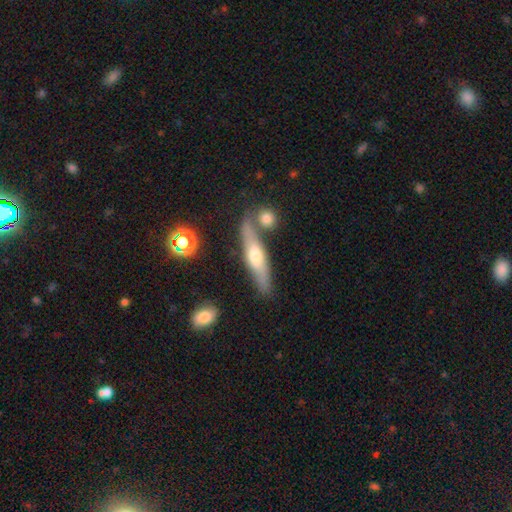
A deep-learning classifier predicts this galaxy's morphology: type=featured or disk (54%); edge-on=yes (84%); merging=none (70%).